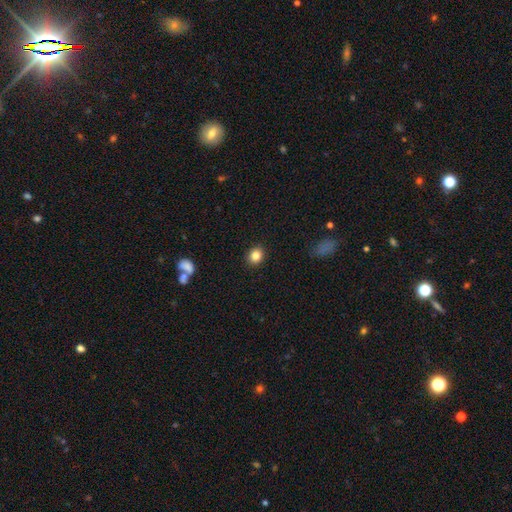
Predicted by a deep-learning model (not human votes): Smooth or featured: smooth — 84% (star or artifact — 10%)
How rounded: round — 67% (in between — 32%)
Merging: none — 90% (minor disturbance — 7%)